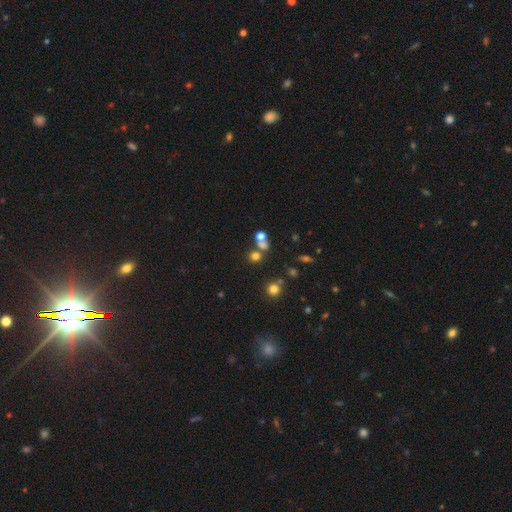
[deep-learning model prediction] Smooth or featured? smooth (66%)
How rounded? round (80%)
Merging? none (53%)